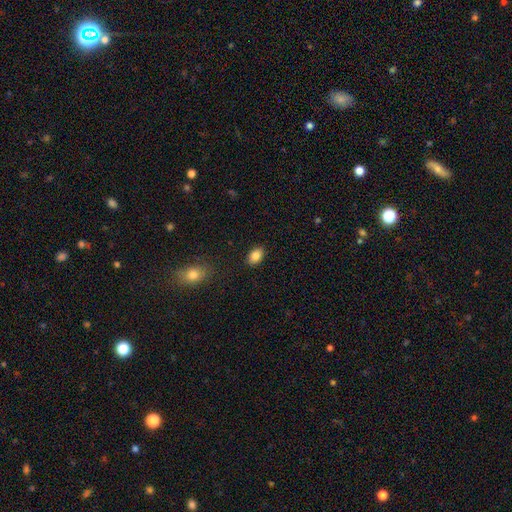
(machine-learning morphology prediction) Q: Smooth or featured?
A: smooth (84%); runner-up: star or artifact (8%)
Q: How rounded?
A: in between (87%); runner-up: round (12%)
Q: Merging?
A: none (87%); runner-up: minor disturbance (9%)